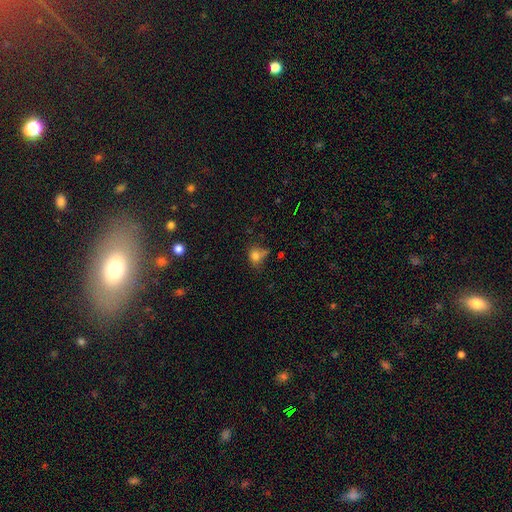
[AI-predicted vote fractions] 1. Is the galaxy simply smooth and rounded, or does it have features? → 76% smooth, 15% star or artifact, 9% featured or disk.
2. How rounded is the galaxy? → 63% round, 35% in between, 2% cigar-shaped.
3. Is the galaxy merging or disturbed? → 47% none, 28% minor disturbance, 14% major disturbance, 11% merger.